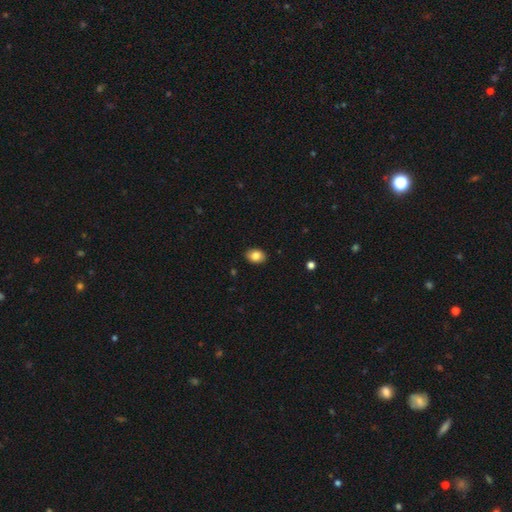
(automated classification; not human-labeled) Morphology: type=smooth (84%); roundness=in between (70%); merging=none (89%).